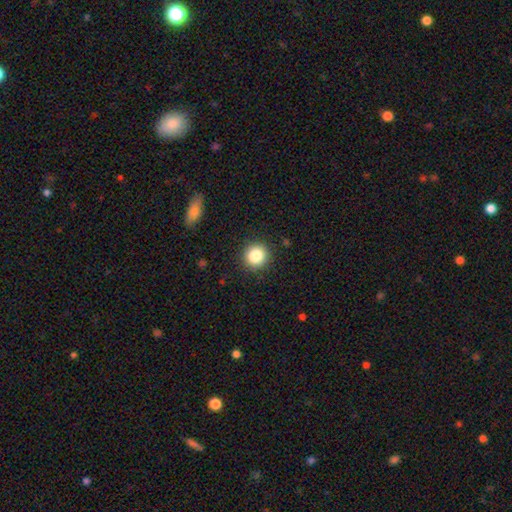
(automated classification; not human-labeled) Overall: smooth (84%). How rounded: round (92%). Merging: none (91%).